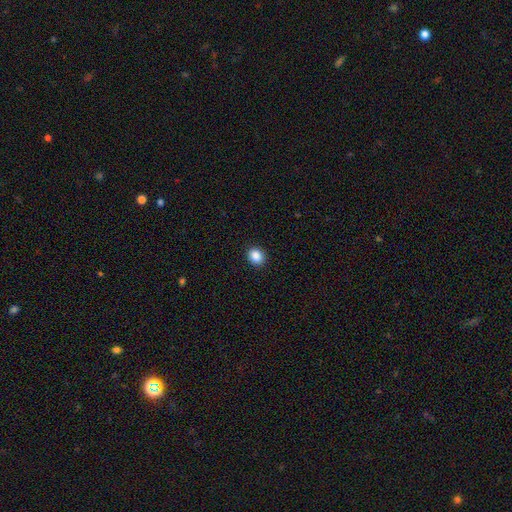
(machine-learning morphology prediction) smooth-or-featured: smooth: 88% | star or artifact: 9% | featured or disk: 3%
  how-rounded: round: 61% | in between: 38% | cigar-shaped: 1%
  merging: none: 91% | minor disturbance: 6% | major disturbance: 2% | merger: 1%